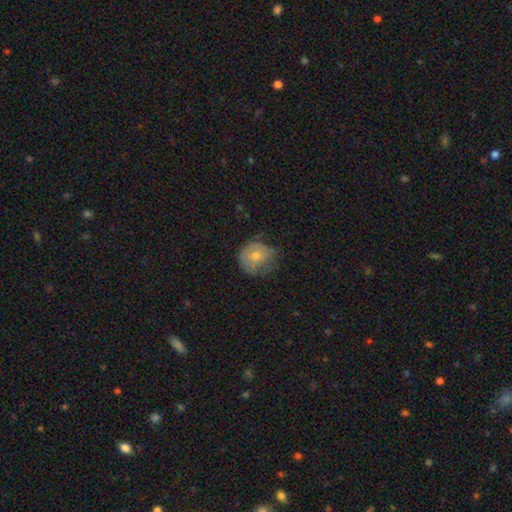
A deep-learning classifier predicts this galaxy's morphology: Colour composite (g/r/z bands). It shows a smooth galaxy with no disk features (58%) that is round (78%). Merging: none (51%).